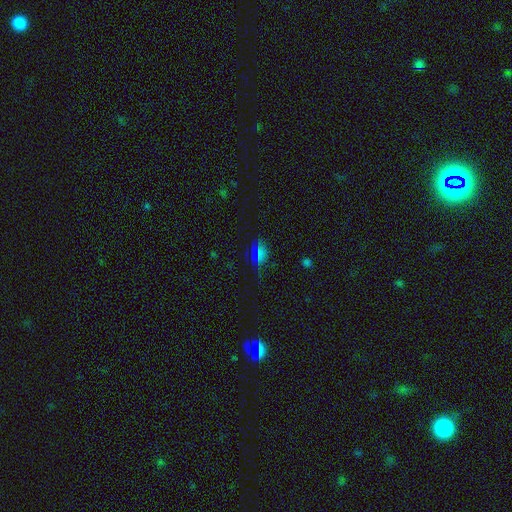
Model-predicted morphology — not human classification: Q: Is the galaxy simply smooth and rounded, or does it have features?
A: smooth — 53%.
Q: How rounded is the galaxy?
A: in between — 75%.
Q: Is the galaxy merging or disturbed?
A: none — 74%.